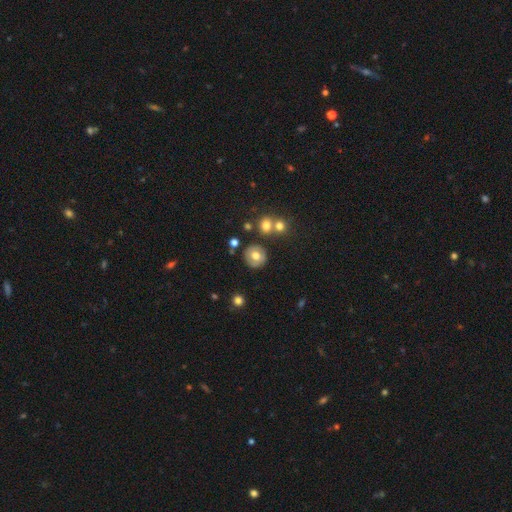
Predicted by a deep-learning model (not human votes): Smooth or featured?
  - smooth: 67% *
  - featured or disk: 23%
  - star or artifact: 10%
How rounded?
  - round: 91% *
  - in between: 8%
  - cigar-shaped: 1%
Merging?
  - none: 82% *
  - minor disturbance: 9%
  - merger: 6%
  - major disturbance: 3%